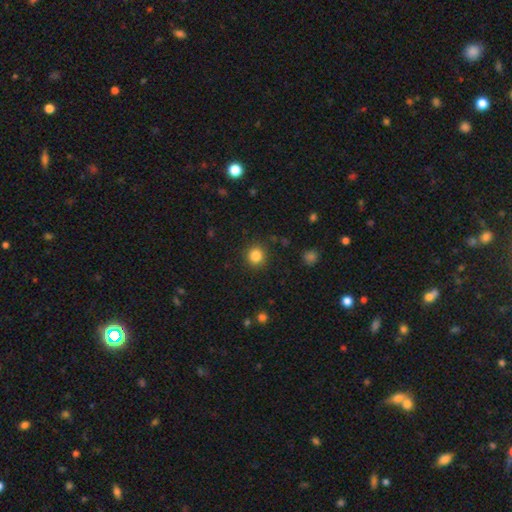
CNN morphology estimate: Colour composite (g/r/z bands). It shows a smooth galaxy with no disk features (84%) that is round (91%). Merging: none (90%).